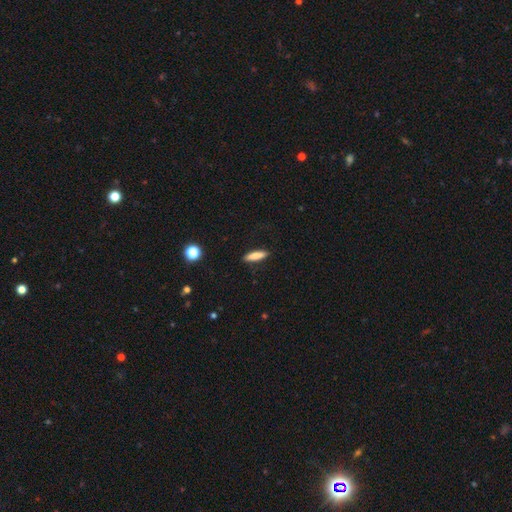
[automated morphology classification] This is clearly a smooth galaxy (80%). How rounded: likely cigar-shaped (71%). Merging: clearly none (88%).